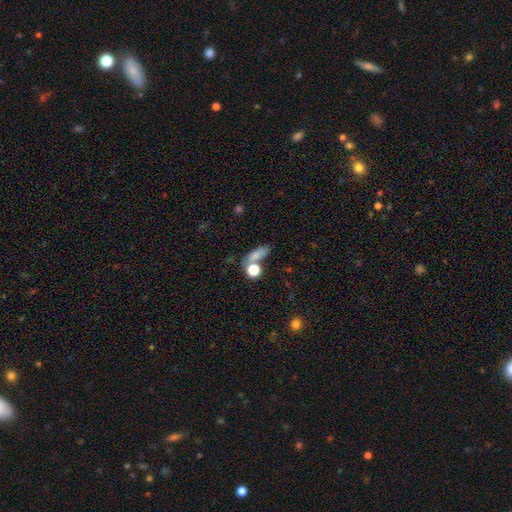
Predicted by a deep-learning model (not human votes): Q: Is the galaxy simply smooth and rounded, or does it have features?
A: smooth — 73%.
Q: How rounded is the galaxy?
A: in between — 52%.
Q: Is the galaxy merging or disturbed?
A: none — 50%.